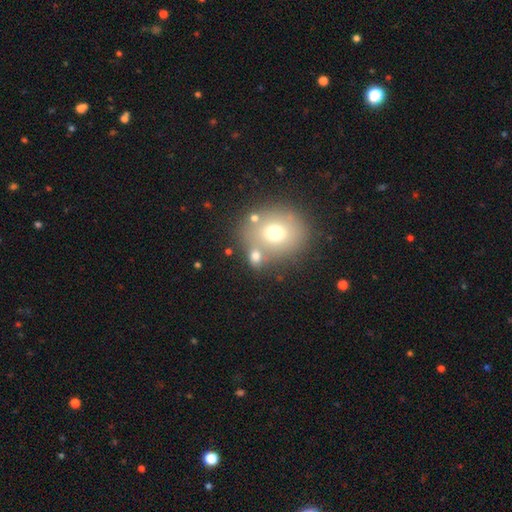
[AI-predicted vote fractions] smooth-or-featured: smooth: 70% | featured or disk: 16% | star or artifact: 14%
  how-rounded: round: 60% | in between: 39% | cigar-shaped: 2%
  merging: none: 56% | merger: 26% | minor disturbance: 12% | major disturbance: 6%